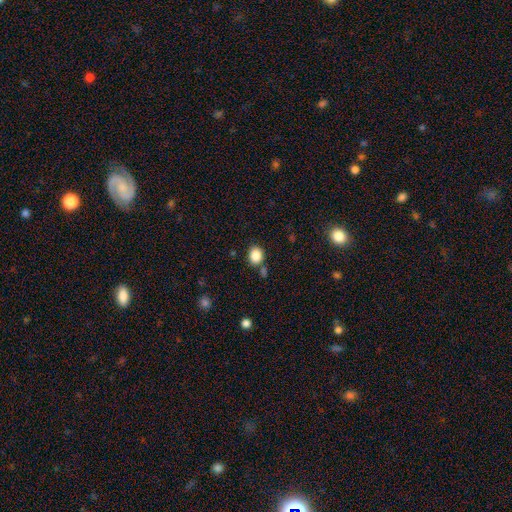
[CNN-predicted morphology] Overall: smooth (86%). How rounded: round (61%; in between 38%). Merging: none (76%).